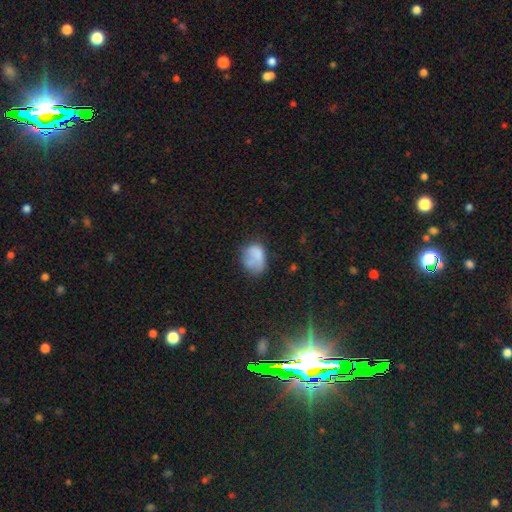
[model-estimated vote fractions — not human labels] Smooth or featured: smooth — 70% (featured or disk — 20%)
How rounded: in between — 64% (round — 35%)
Merging: none — 43% (minor disturbance — 30%)